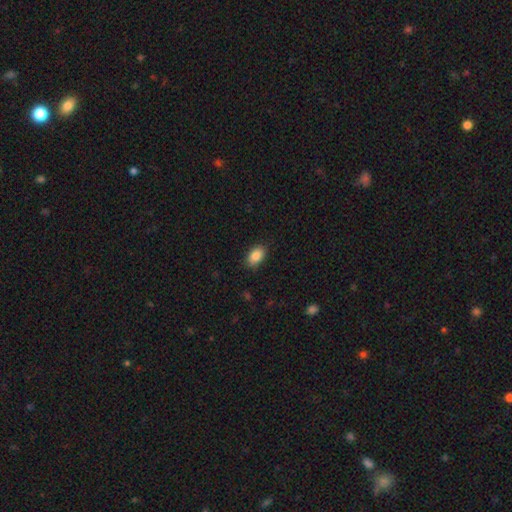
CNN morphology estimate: A smooth galaxy with no disk features (88%) that is in between round and cigar-shaped (89%). Merging: none (86%).